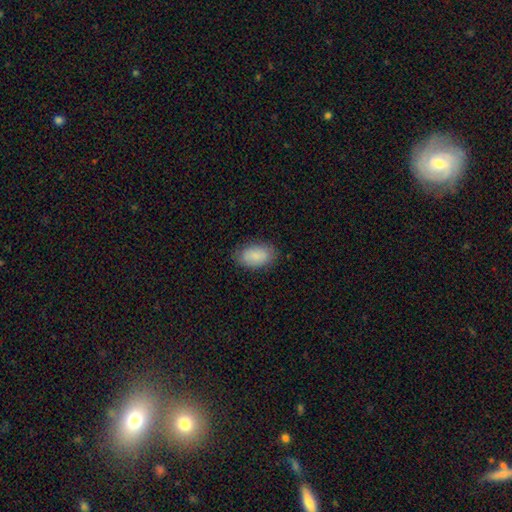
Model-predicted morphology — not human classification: smooth-or-featured: smooth: 85% | featured or disk: 9% | star or artifact: 6%
  how-rounded: in between: 93% | round: 6% | cigar-shaped: 2%
  merging: none: 81% | minor disturbance: 14% | major disturbance: 3% | merger: 1%